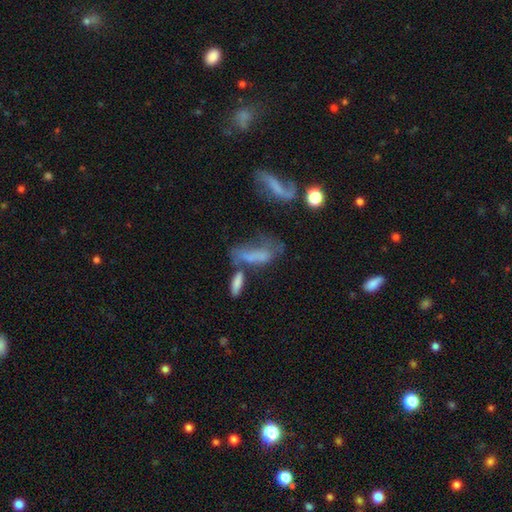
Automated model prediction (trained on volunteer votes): Smooth or featured? Predicted: smooth (p=0.51). How rounded? Predicted: in between (p=0.59). Merging? Predicted: merger (p=0.38).